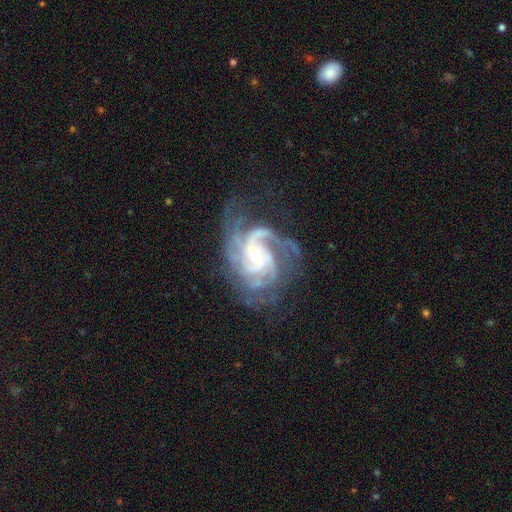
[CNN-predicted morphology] Smooth or featured? featured or disk (92%)
Edge-on disk? no (98%)
Bar? no (58%)
Spiral arms? yes (98%)
Spiral winding? tight (51%)
Spiral arm count? 3 (34%)
Bulge size? small (55%)
Merging? none (64%)